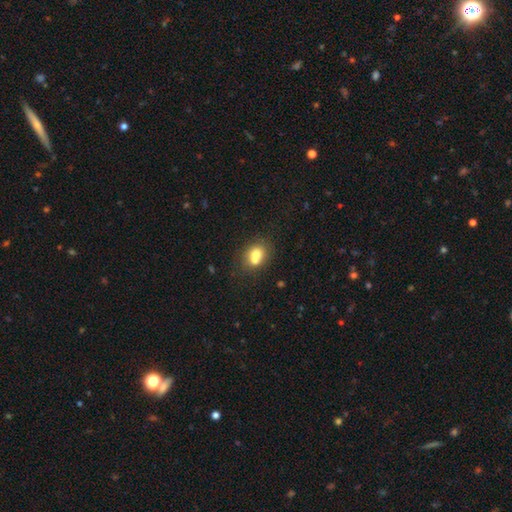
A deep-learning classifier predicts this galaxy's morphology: Smooth or featured?
  - smooth: 70% *
  - featured or disk: 19%
  - star or artifact: 11%
How rounded?
  - round: 51% *
  - in between: 47%
  - cigar-shaped: 1%
Merging?
  - merger: 43% *
  - none: 42%
  - minor disturbance: 11%
  - major disturbance: 4%